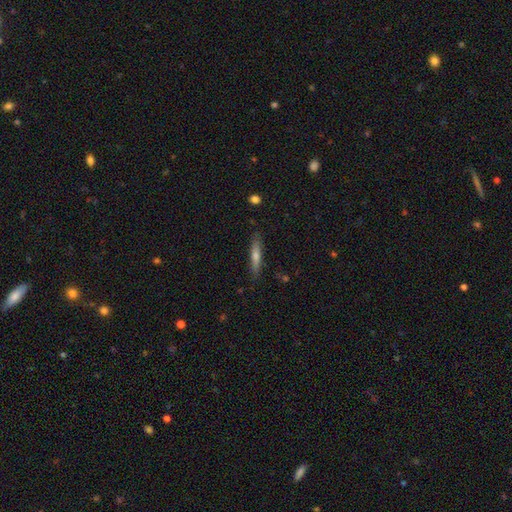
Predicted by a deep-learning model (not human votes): Smooth or featured?
  - smooth: 53% *
  - featured or disk: 40%
  - star or artifact: 7%
How rounded?
  - cigar-shaped: 90% *
  - in between: 8%
  - round: 2%
Merging?
  - none: 86% *
  - minor disturbance: 10%
  - major disturbance: 2%
  - merger: 1%